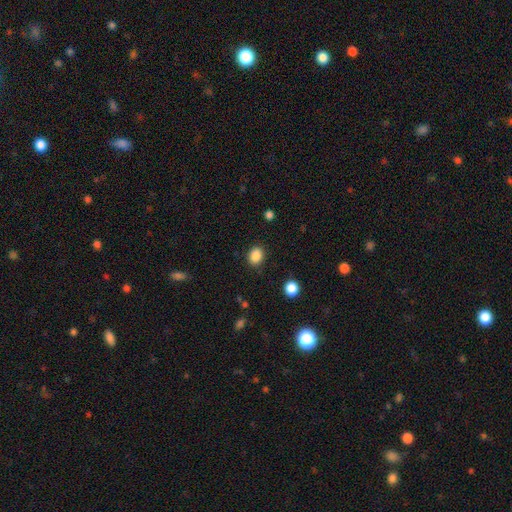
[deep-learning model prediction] Smooth or featured: smooth — 87% (star or artifact — 10%)
How rounded: in between — 54% (round — 45%)
Merging: none — 87% (minor disturbance — 9%)